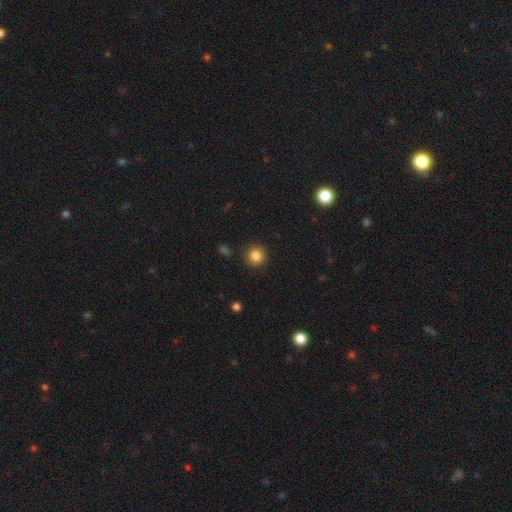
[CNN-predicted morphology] smooth 85%, star or artifact 11%, featured or disk 4%. Down the decision tree: how rounded — round (91%); merging — none (91%).